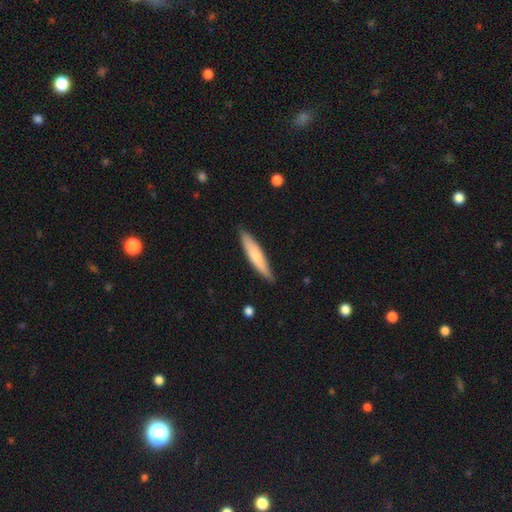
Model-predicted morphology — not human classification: The model was most divided on "smooth or featured": smooth: 65%, featured or disk: 29%, star or artifact: 5%. More confident: merging — none (85%); how rounded — cigar-shaped (85%).